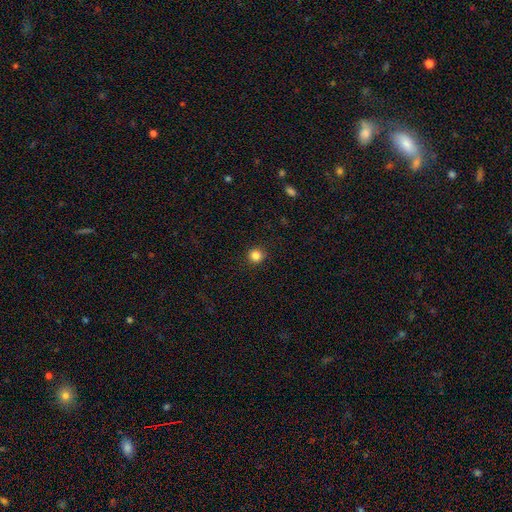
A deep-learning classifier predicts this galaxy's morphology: A smooth galaxy with no disk features (85%) that is round (94%).

Vote fractions:
- Smooth or featured? smooth: 85% / star or artifact: 12% / featured or disk: 4%
- How rounded? round: 94% / in between: 5% / cigar-shaped: 1%
- Merging? none: 92% / minor disturbance: 5% / major disturbance: 2% / merger: 1%